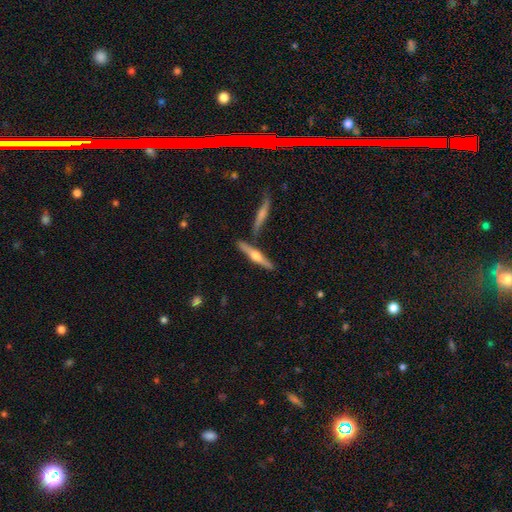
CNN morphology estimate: Overall: featured or disk (69%). Edge-on disk: yes (97%). Edge-on bulge: rounded (92%). Merging: none (78%).